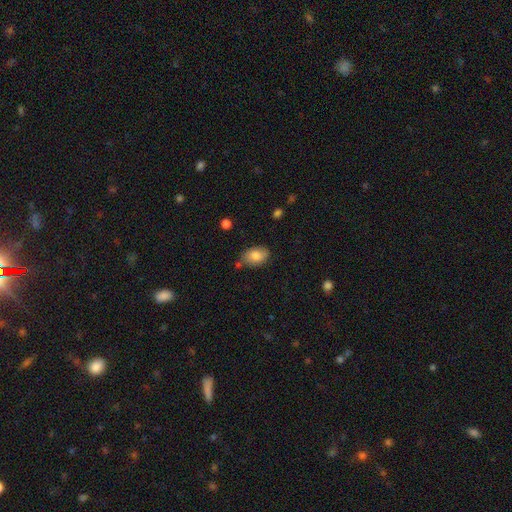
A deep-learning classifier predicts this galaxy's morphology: smooth_or_featured: smooth (p=0.80) [alt: featured or disk p=0.13]
how_rounded: in between (p=0.89) [alt: round p=0.10]
merging: none (p=0.69) [alt: minor disturbance p=0.21]